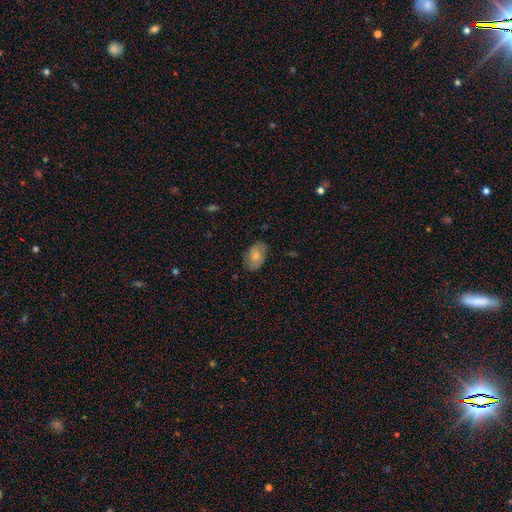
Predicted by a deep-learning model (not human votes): Morphology: type=smooth (65%); roundness=in between (86%); merging=none (78%).